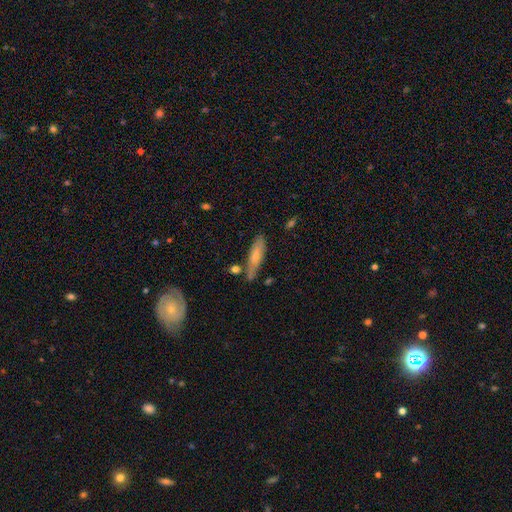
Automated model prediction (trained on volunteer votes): Overall: smooth (66%; featured or disk 28%). How rounded: cigar-shaped (67%; in between 31%). Merging: none (70%).